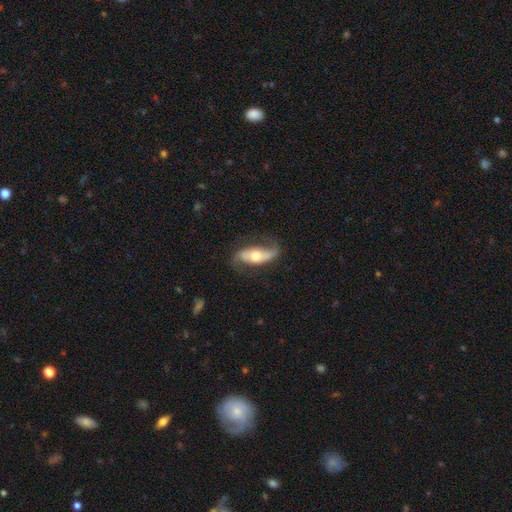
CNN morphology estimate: The model was most divided on "bar": no: 51%, weak: 26%, strong: 22%. More confident: spiral arms — yes (91%); spiral arm count — 2 (89%); edge-on disk — no (87%); smooth or featured — featured or disk (77%); merging — none (70%); bulge size — moderate (67%); spiral winding — loose (65%).